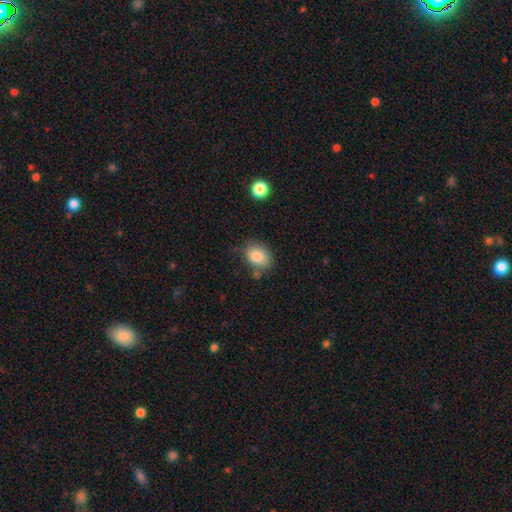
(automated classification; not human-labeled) smooth 83%, featured or disk 9%, star or artifact 8%. Down the decision tree: how rounded — in between (72%); merging — none (68%).